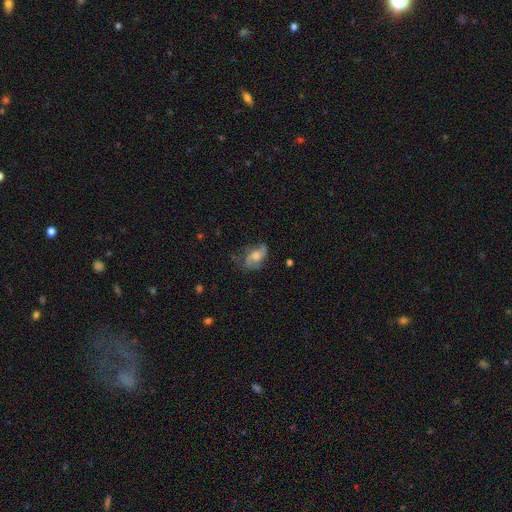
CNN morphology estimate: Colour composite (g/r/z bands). It shows a featured or disk galaxy (57%) with no bar (68%), spiral arms (82%) and a moderate central bulge (48%). Merging: none (54%).